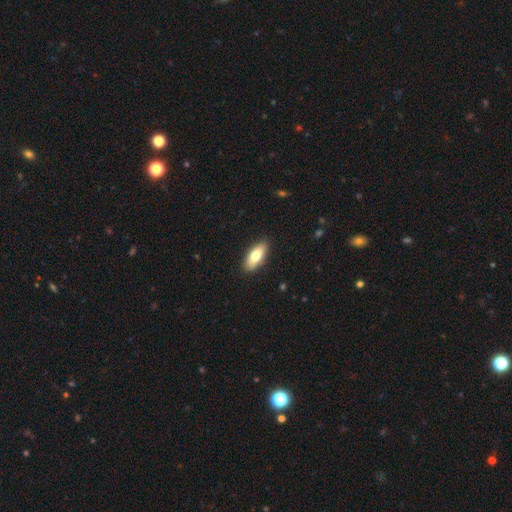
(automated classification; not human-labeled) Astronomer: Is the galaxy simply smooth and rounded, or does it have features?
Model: smooth — 76%.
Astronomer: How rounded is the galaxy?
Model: in between — 80%.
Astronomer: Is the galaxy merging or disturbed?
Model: none — 88%.